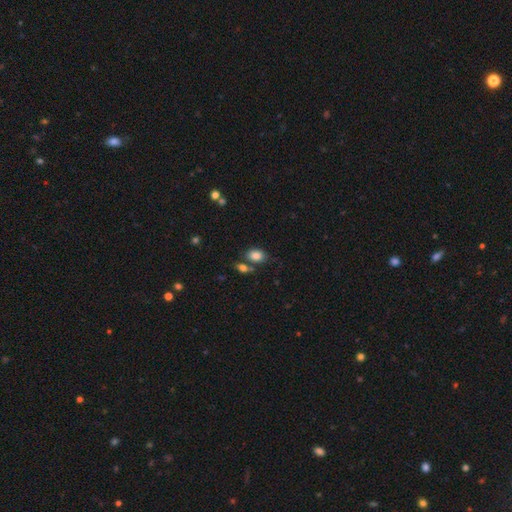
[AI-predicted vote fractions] Smooth or featured? smooth (84%)
How rounded? in between (78%)
Merging? none (63%)